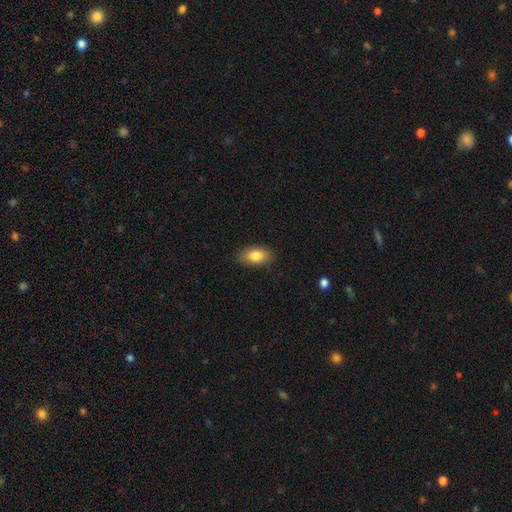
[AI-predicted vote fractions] Smooth or featured?
  - smooth: 83% *
  - featured or disk: 10%
  - star or artifact: 7%
How rounded?
  - in between: 90% *
  - round: 6%
  - cigar-shaped: 3%
Merging?
  - none: 84% *
  - minor disturbance: 12%
  - major disturbance: 3%
  - merger: 1%